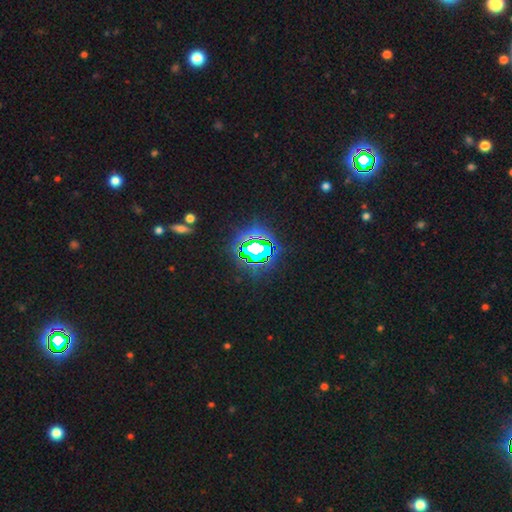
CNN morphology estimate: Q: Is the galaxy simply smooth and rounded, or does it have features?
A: star or artifact — 76%.